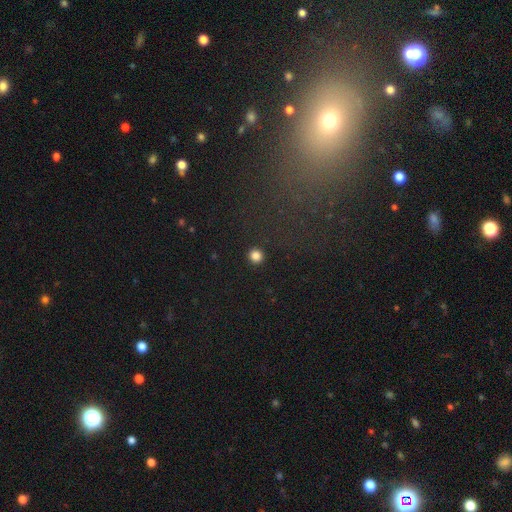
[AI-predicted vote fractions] smooth-or-featured: smooth: 84% | star or artifact: 12% | featured or disk: 4%
  how-rounded: round: 93% | in between: 6% | cigar-shaped: 1%
  merging: none: 93% | minor disturbance: 4% | major disturbance: 2% | merger: 1%